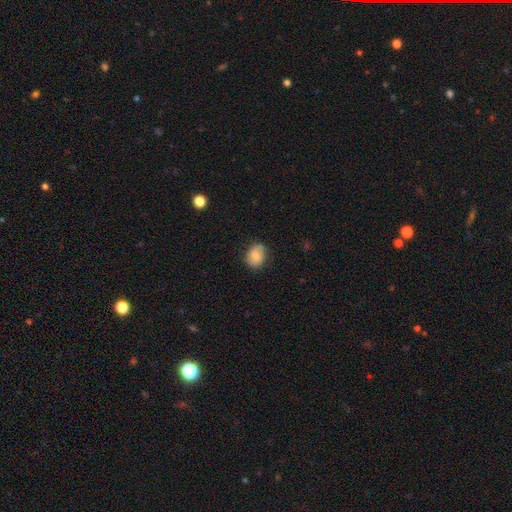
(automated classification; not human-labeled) This is likely a smooth galaxy (75%). How rounded: possibly in between (52%). Merging: likely none (77%).